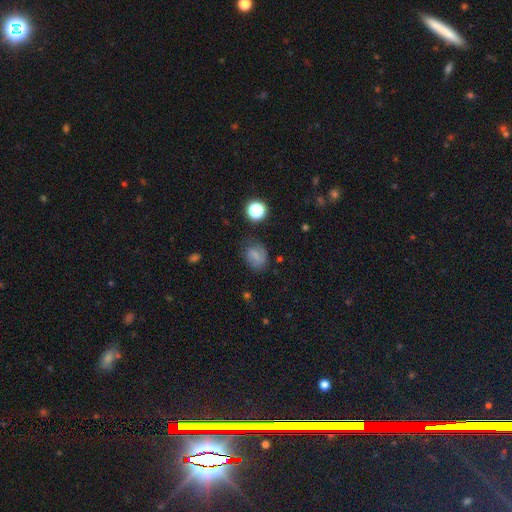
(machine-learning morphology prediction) smooth-or-featured: smooth: 56% | featured or disk: 29% | star or artifact: 15%
  how-rounded: in between: 49% (tied) | round: 49% (tied) | cigar-shaped: 2%
  merging: none: 67% | minor disturbance: 21% | major disturbance: 9% | merger: 3%